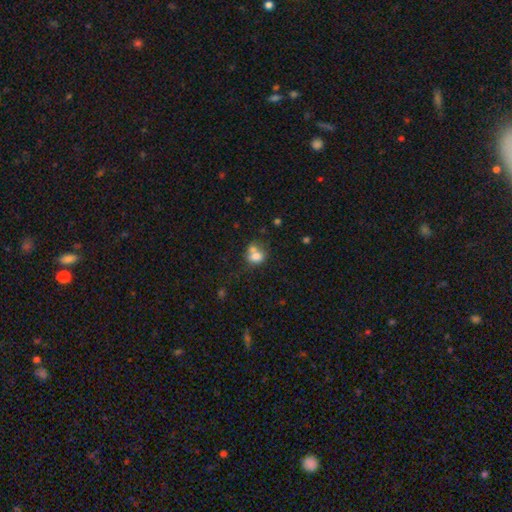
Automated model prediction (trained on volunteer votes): Q: Smooth or featured?
A: smooth (73%); runner-up: featured or disk (16%)
Q: How rounded?
A: round (53%); runner-up: in between (46%)
Q: Merging?
A: merger (49%); runner-up: none (33%)